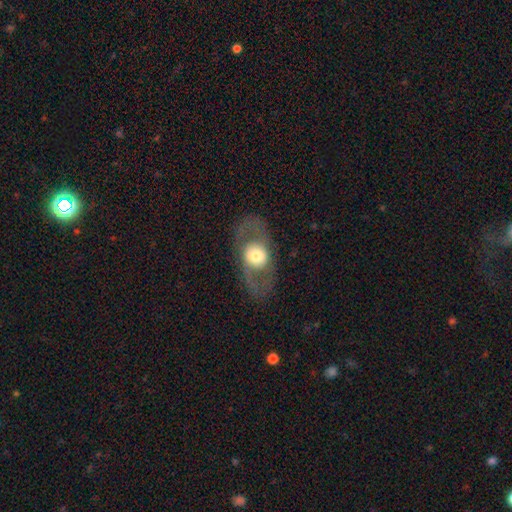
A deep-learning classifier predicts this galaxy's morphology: A featured or disk galaxy (55%). Merging: none (77%).